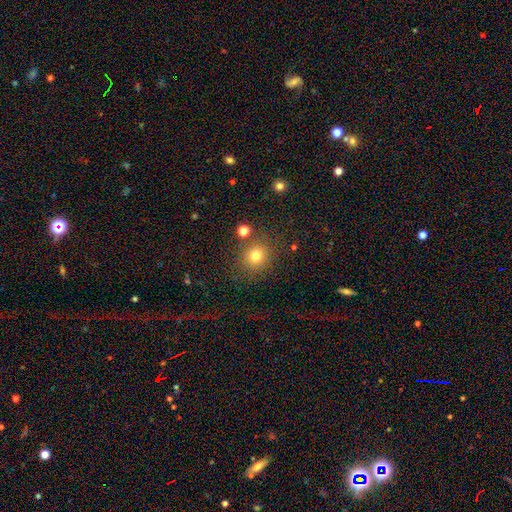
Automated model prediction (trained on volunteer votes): Smooth or featured: smooth — 77% (star or artifact — 15%)
How rounded: round — 84% (in between — 15%)
Merging: none — 82% (minor disturbance — 9%)